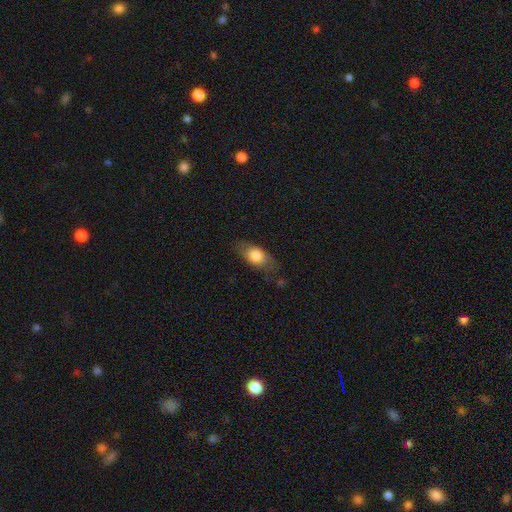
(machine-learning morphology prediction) Smooth or featured? Predicted: smooth (p=0.72). How rounded? Predicted: in between (p=0.81). Merging? Predicted: none (p=0.71).